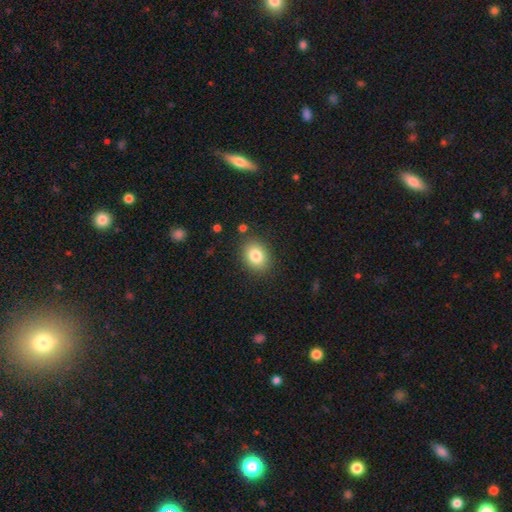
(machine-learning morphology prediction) The model was most divided on "how rounded": in between: 53%, round: 46%, cigar-shaped: 1%. More confident: merging — none (86%); smooth or featured — smooth (82%).